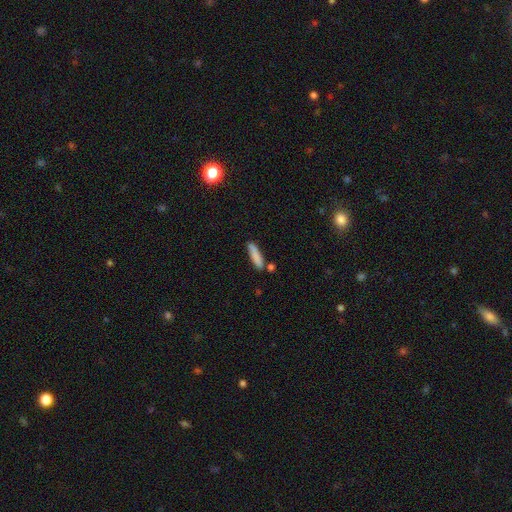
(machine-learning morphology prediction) smooth_or_featured: smooth (p=0.84) [alt: featured or disk p=0.09]
how_rounded: cigar-shaped (p=0.81) [alt: in between p=0.17]
merging: none (p=0.75) [alt: minor disturbance p=0.14]